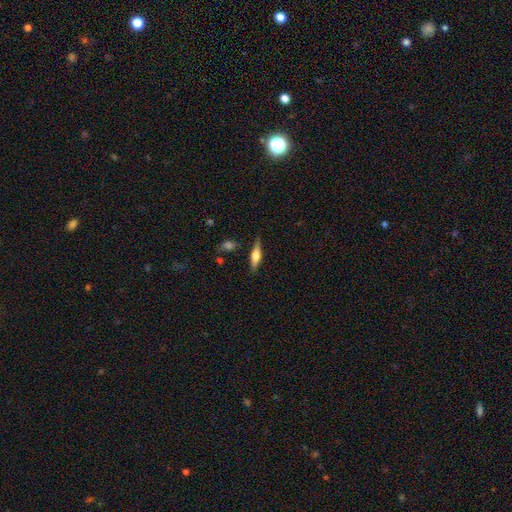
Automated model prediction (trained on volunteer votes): smooth-or-featured: featured or disk: 47% (tied) | smooth: 47% (tied) | star or artifact: 7%
  merging: none: 80% | minor disturbance: 14% | major disturbance: 3% | merger: 3%